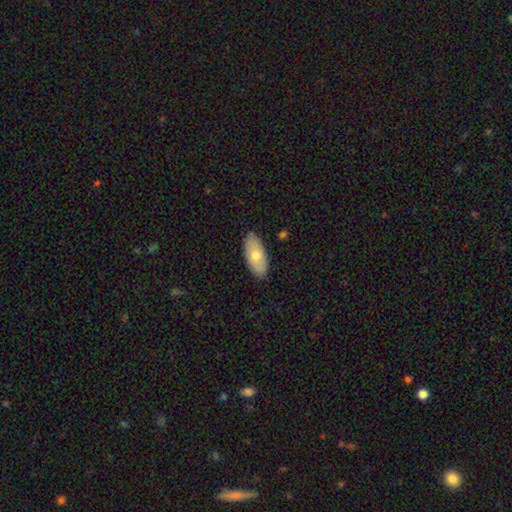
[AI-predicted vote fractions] The model was most divided on "smooth or featured": smooth: 68%, featured or disk: 26%, star or artifact: 6%. More confident: merging — none (88%); how rounded — in between (88%).